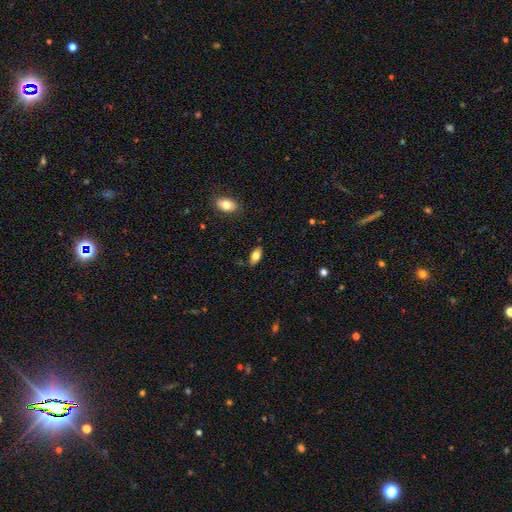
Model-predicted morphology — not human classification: smooth 78%, featured or disk 15%, star or artifact 7%. Down the decision tree: how rounded — in between (89%); merging — none (85%).